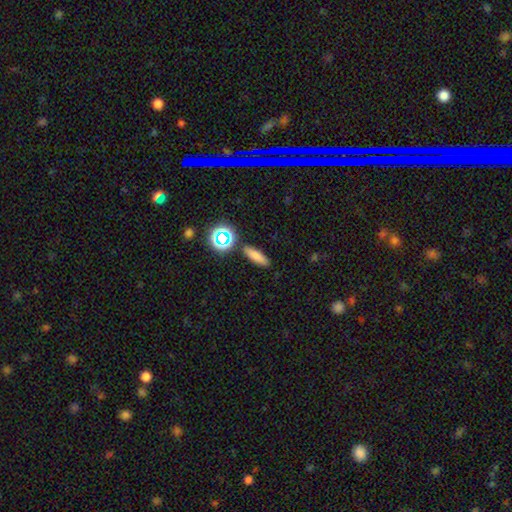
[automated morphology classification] smooth-or-featured: smooth: 76% | star or artifact: 15% | featured or disk: 9%
  how-rounded: cigar-shaped: 53% | in between: 39% | round: 7%
  merging: none: 86% | minor disturbance: 8% | merger: 4% | major disturbance: 2%